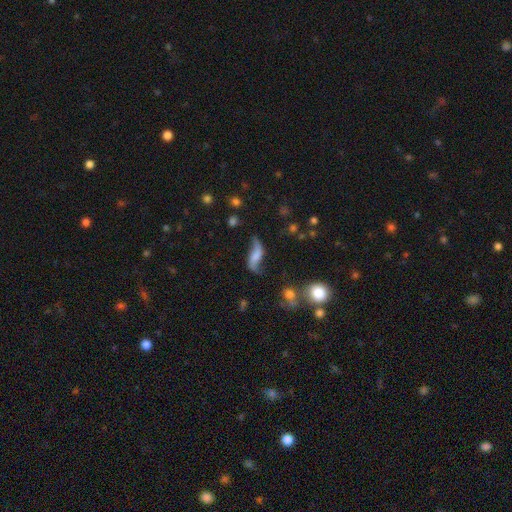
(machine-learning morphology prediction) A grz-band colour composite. It shows a featured or disk galaxy (69%) with no bar (48%), 2 (92%) loose (91%) spiral arms (92%) and no central bulge (40%). Merging: none (60%).